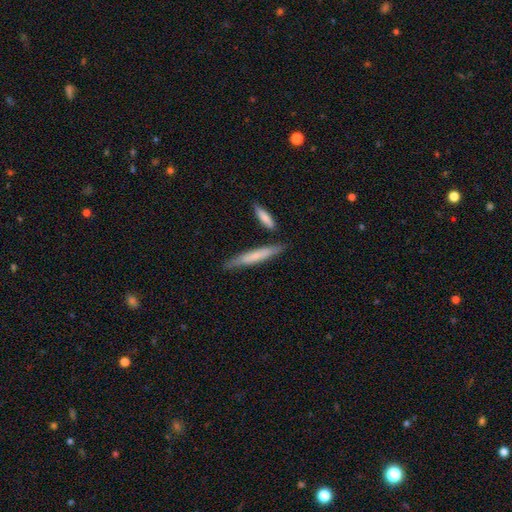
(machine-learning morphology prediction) smooth_or_featured: smooth (p=0.61) [alt: featured or disk p=0.34]
how_rounded: cigar-shaped (p=0.93) [alt: in between p=0.06]
merging: none (p=0.78) [alt: minor disturbance p=0.13]